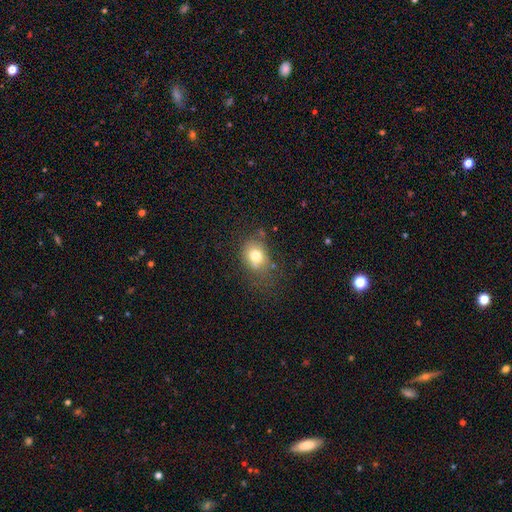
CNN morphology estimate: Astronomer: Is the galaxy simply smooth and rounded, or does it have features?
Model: smooth — 76%.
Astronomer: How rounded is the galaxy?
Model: in between — 50% (runner-up: round, 49%).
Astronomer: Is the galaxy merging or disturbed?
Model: none — 59%.